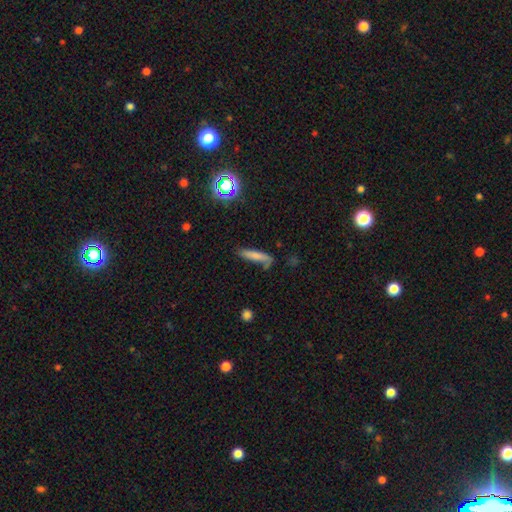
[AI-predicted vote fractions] Smooth or featured? smooth (72%)
How rounded? cigar-shaped (81%)
Merging? none (60%)